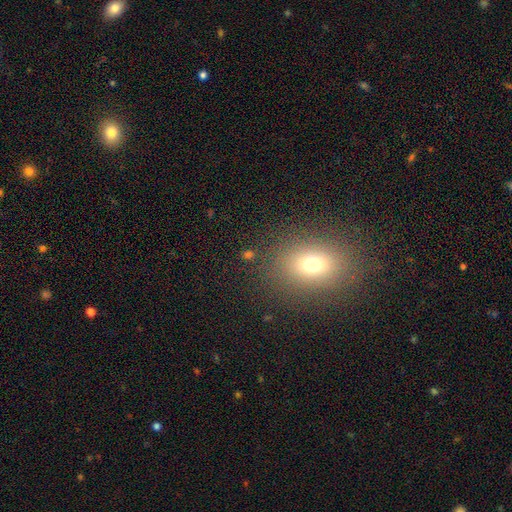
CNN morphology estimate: A smooth galaxy with no disk features (68%) that is in between round and cigar-shaped (64%).

Vote fractions:
- Smooth or featured? smooth: 68% / star or artifact: 21% / featured or disk: 12%
- How rounded? in between: 64% / round: 34% / cigar-shaped: 2%
- Merging? none: 86% / minor disturbance: 8% / major disturbance: 4% / merger: 2%